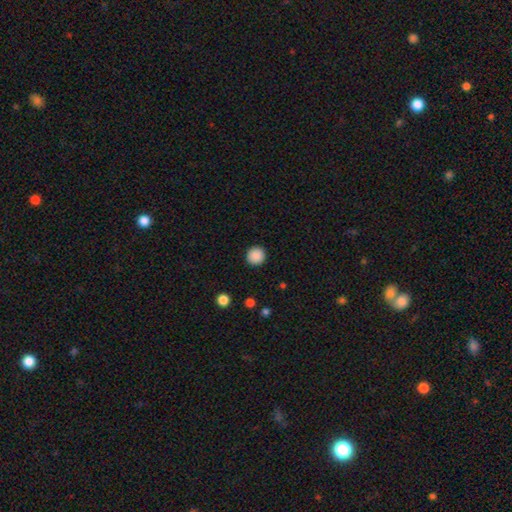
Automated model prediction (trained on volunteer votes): Smooth or featured: smooth — 89% (star or artifact — 9%)
How rounded: round — 95% (in between — 4%)
Merging: none — 92% (minor disturbance — 5%)